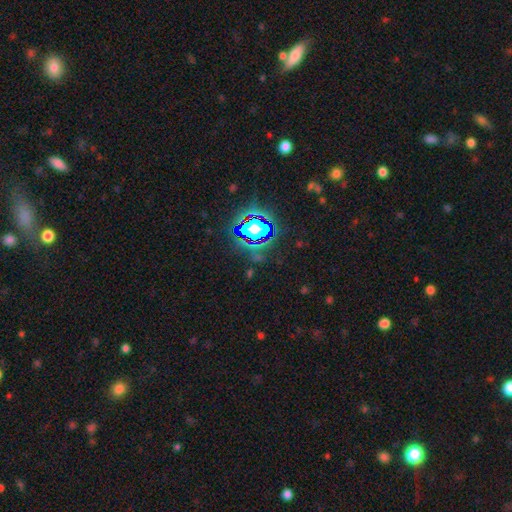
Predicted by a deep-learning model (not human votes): Smooth or featured: star or artifact — 75% (smooth — 16%)